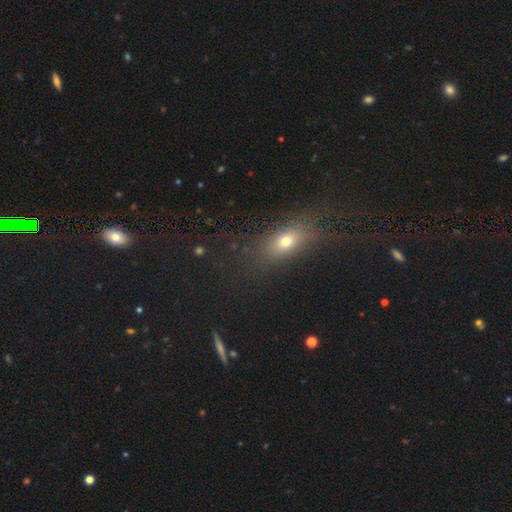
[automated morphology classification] Overall: smooth (51%; star or artifact 32%). How rounded: in between (59%; round 22%). Merging: none (72%).